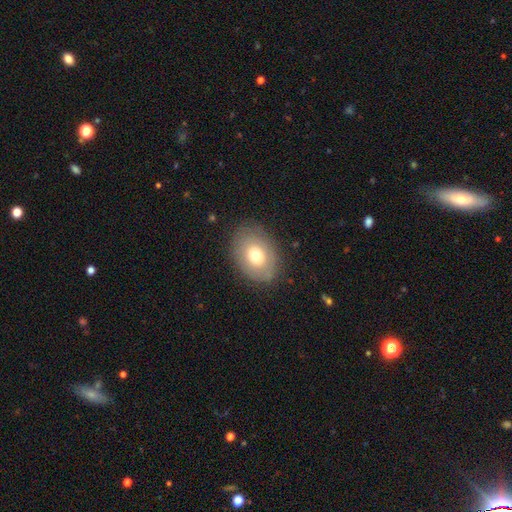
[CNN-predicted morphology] The model was most divided on "smooth or featured": smooth: 66%, featured or disk: 26%, star or artifact: 8%. More confident: merging — none (82%); how rounded — in between (71%).